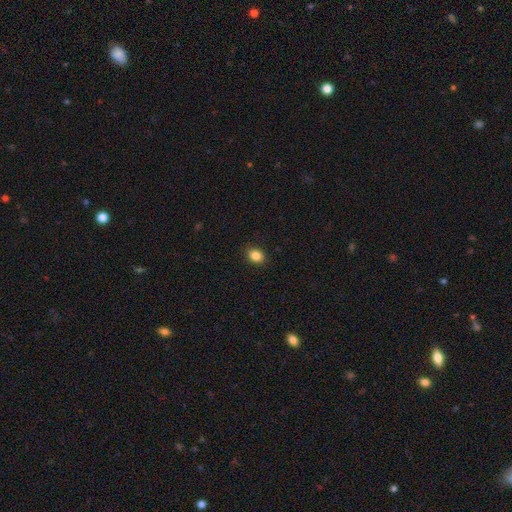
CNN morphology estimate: Smooth or featured: smooth — 86% (star or artifact — 10%)
How rounded: in between — 58% (round — 41%)
Merging: none — 89% (minor disturbance — 8%)